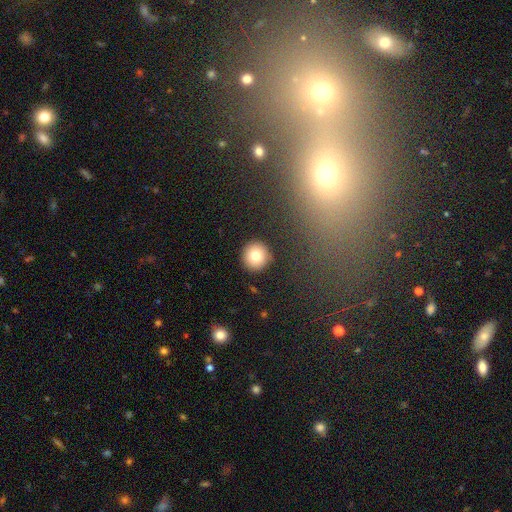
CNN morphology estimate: type=smooth (79%); roundness=round (94%); merging=none (90%).